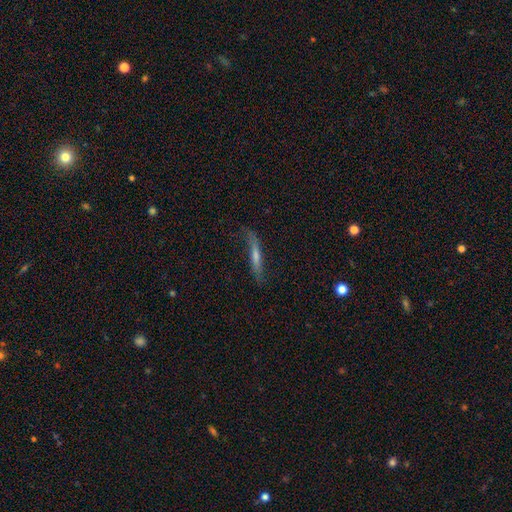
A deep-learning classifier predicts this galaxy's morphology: Q: Smooth or featured?
A: featured or disk (55%); runner-up: smooth (37%)
Q: Edge-on disk?
A: yes (76%); runner-up: no (24%)
Q: Merging?
A: none (66%); runner-up: minor disturbance (23%)